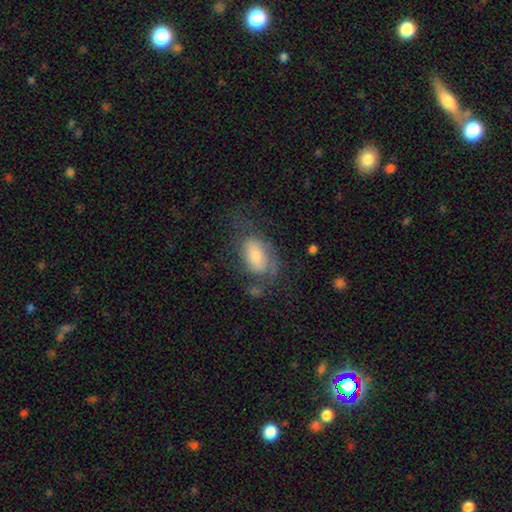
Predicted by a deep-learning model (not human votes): The model was most divided on "merging": none: 45%, major disturbance: 26%, minor disturbance: 25%, merger: 4%. More confident: how rounded — in between (90%); smooth or featured — smooth (57%).